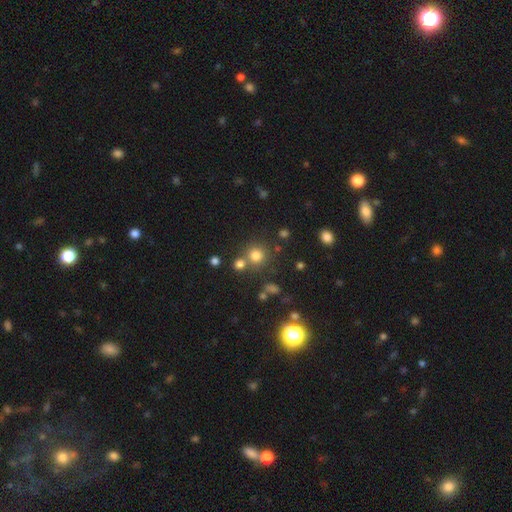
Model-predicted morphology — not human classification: smooth 75%, star or artifact 18%, featured or disk 8%. Down the decision tree: how rounded — round (90%); merging — none (67%).